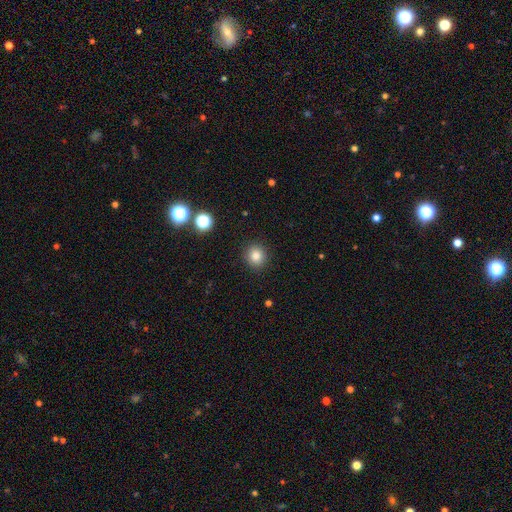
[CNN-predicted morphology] A smooth galaxy with no disk features (83%) that is round (88%). Merging: none (91%).